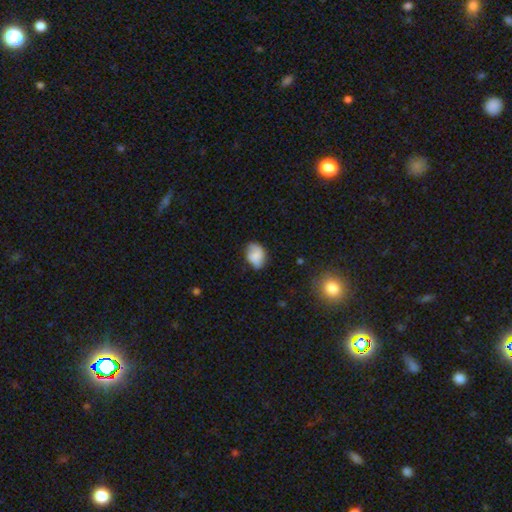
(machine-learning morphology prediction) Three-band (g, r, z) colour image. It shows a smooth galaxy with no disk features (72%) that is in between round and cigar-shaped (73%). Merging: none (65%).